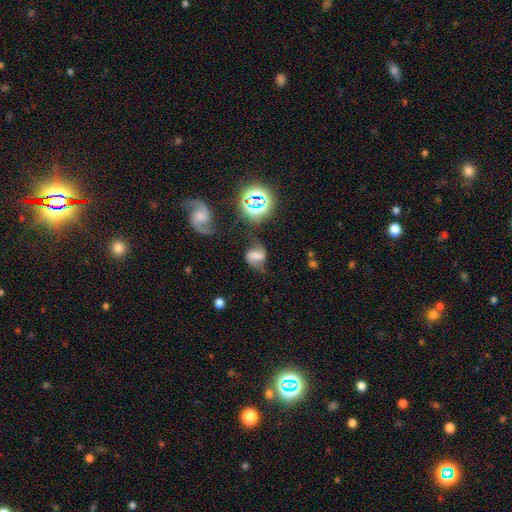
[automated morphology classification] Smooth or featured?
  - featured or disk: 54% *
  - smooth: 29%
  - star or artifact: 17%
Edge-on disk?
  - no: 96% *
  - yes: 4%
Bar?
  - weak: 38% * (tied)
  - strong: 38% * (tied)
  - no: 24%
Spiral arms?
  - yes: 88% *
  - no: 12%
Bulge size?
  - none: 35% *
  - moderate: 25%
  - small: 24%
  - large: 12%
  - dominant: 5%
Merging?
  - none: 52% *
  - minor disturbance: 23%
  - major disturbance: 17%
  - merger: 8%